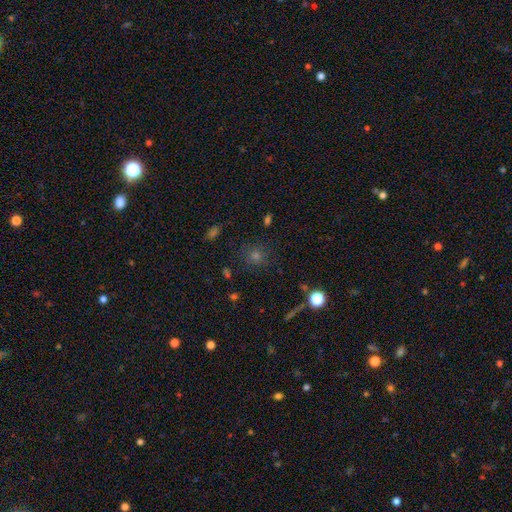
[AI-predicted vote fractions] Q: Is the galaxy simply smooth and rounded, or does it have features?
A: smooth — 57%.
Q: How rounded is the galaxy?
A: round — 89%.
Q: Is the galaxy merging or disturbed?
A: none — 85%.